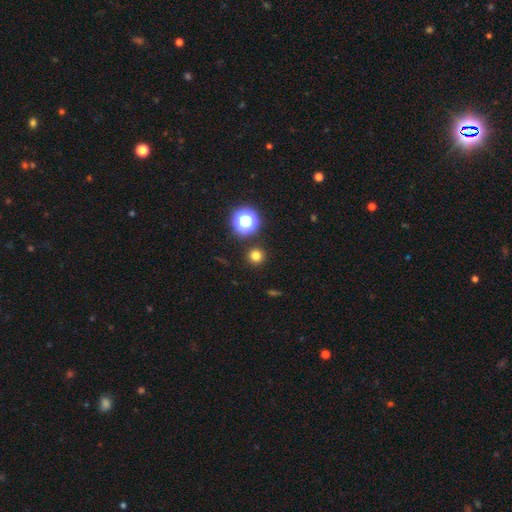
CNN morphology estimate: Smooth or featured? smooth (77%)
How rounded? round (95%)
Merging? none (92%)